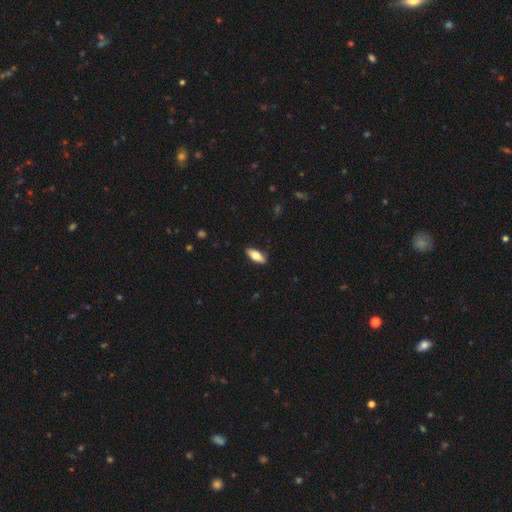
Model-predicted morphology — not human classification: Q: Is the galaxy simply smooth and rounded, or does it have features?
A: smooth — 68%.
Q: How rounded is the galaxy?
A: in between — 74%.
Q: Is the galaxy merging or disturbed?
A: none — 88%.